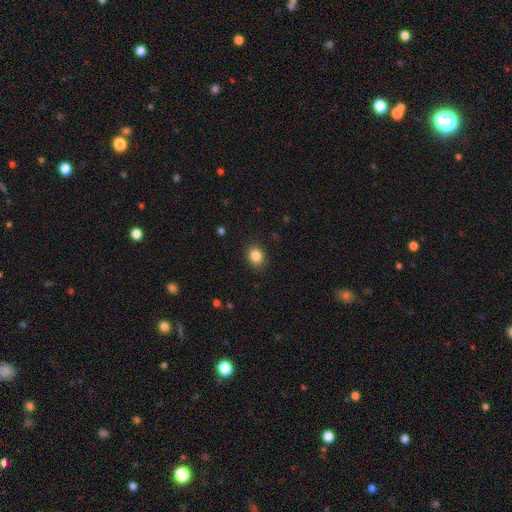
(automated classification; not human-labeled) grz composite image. It shows a smooth galaxy with no disk features (85%) that is round (52%). Merging: none (88%).